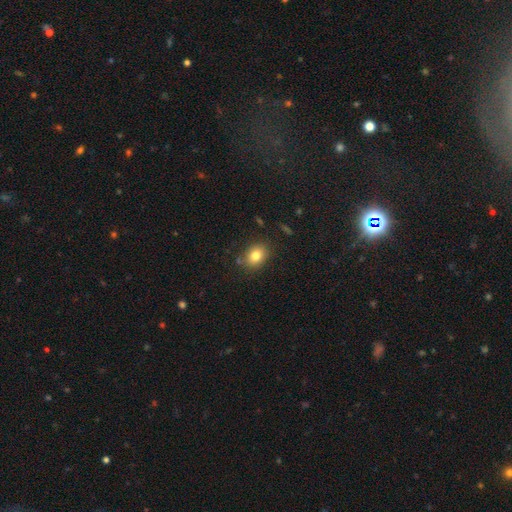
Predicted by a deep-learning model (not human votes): Smooth or featured?
  - smooth: 81% *
  - star or artifact: 10%
  - featured or disk: 9%
How rounded?
  - in between: 59% *
  - round: 40%
  - cigar-shaped: 1%
Merging?
  - none: 82% *
  - minor disturbance: 12%
  - major disturbance: 3%
  - merger: 3%